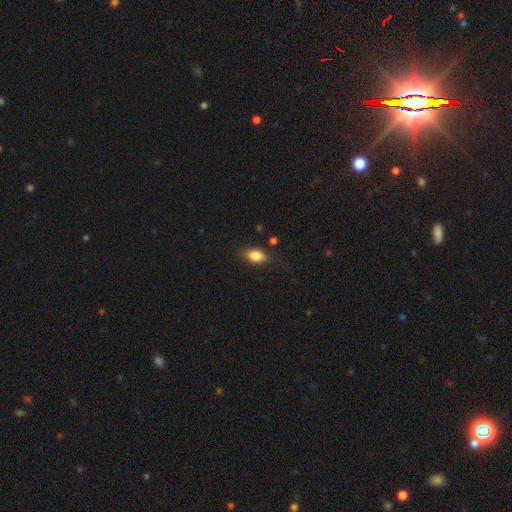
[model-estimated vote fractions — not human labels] This is clearly a smooth galaxy (84%). How rounded: clearly in between (85%). Merging: clearly none (80%).